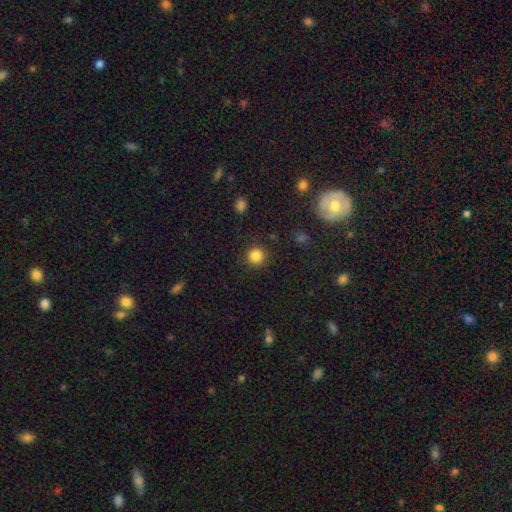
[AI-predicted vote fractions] Smooth or featured? smooth (84%)
How rounded? round (94%)
Merging? none (89%)